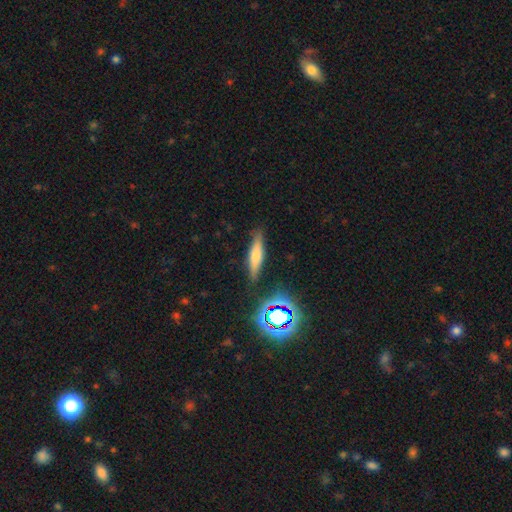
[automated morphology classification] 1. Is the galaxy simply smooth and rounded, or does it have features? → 54% smooth, 31% featured or disk, 14% star or artifact.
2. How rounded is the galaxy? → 75% cigar-shaped, 21% in between, 4% round.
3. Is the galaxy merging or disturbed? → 84% none, 11% minor disturbance, 3% major disturbance, 2% merger.